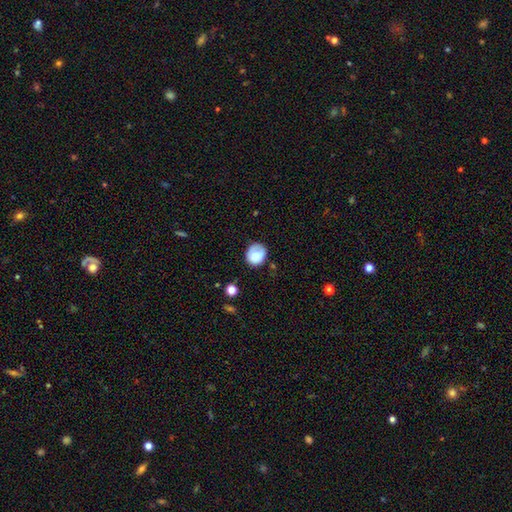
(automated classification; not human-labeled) This appears to be a smooth galaxy with no disk features (81%) that is round (73%). Merging: none (66%).